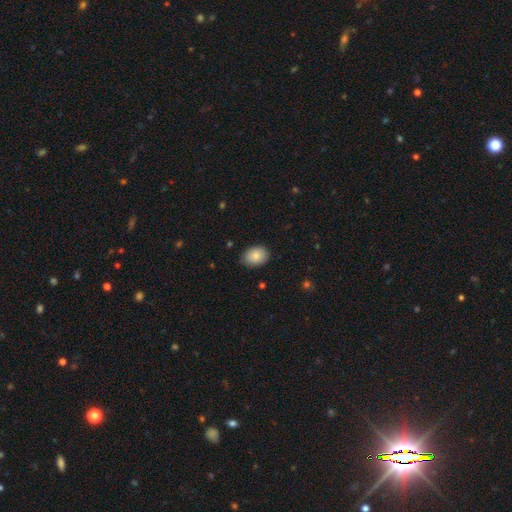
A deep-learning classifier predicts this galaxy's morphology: smooth 86%, star or artifact 7%, featured or disk 7%. Down the decision tree: how rounded — in between (70%); merging — none (83%).